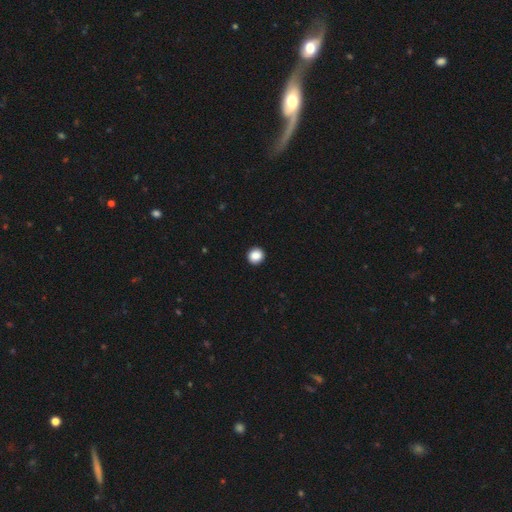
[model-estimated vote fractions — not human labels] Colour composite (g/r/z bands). It shows a smooth galaxy with no disk features (88%) that is round (92%). Merging: none (93%).